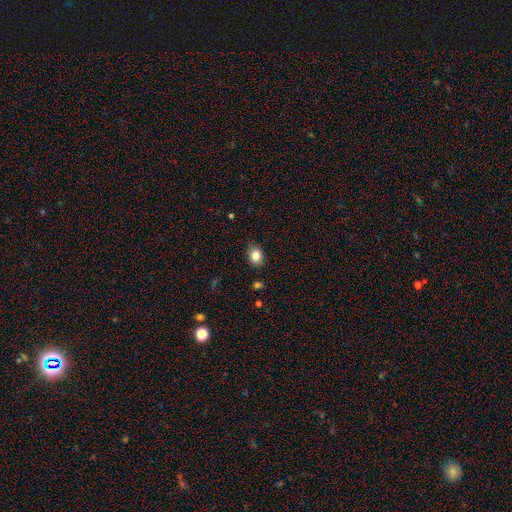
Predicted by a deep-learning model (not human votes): Overall: smooth (83%). How rounded: in between (57%; round 42%). Merging: none (86%).